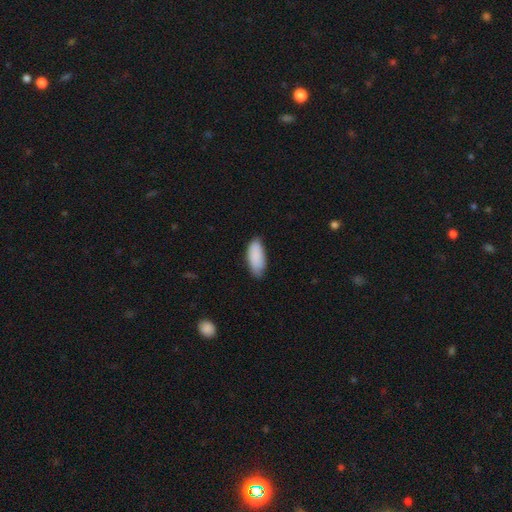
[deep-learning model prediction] Morphology: type=smooth (89%); roundness=in between (86%); merging=none (74%).